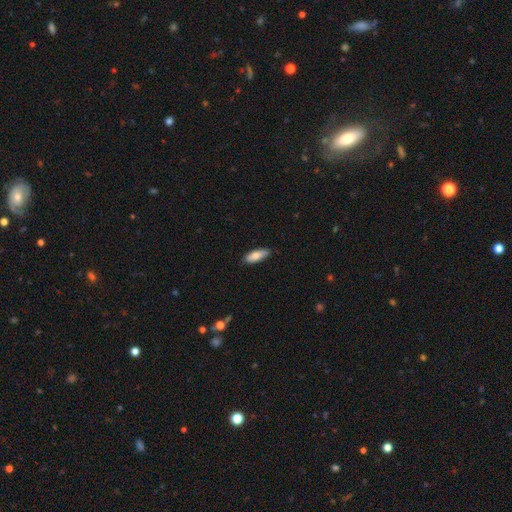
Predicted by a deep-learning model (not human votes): Smooth or featured? Predicted: smooth (p=0.79). How rounded? Predicted: in between (p=0.70). Merging? Predicted: none (p=0.81).